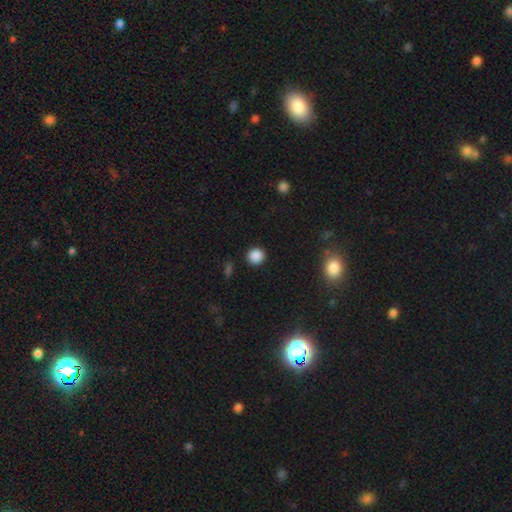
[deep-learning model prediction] Smooth or featured: smooth — 86% (star or artifact — 11%)
How rounded: round — 93% (in between — 6%)
Merging: none — 91% (minor disturbance — 5%)